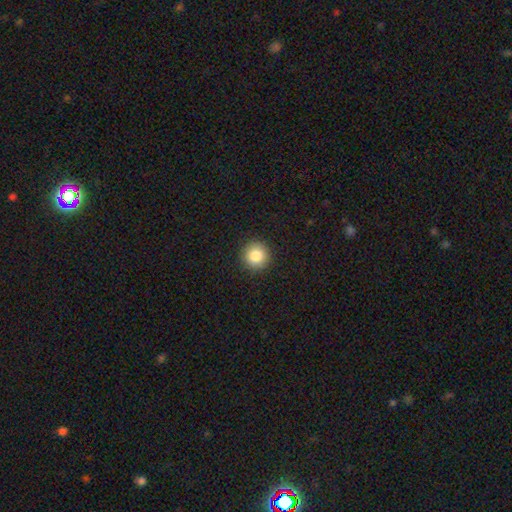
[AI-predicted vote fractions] Smooth or featured? Predicted: smooth (p=0.84). How rounded? Predicted: round (p=0.95). Merging? Predicted: none (p=0.92).